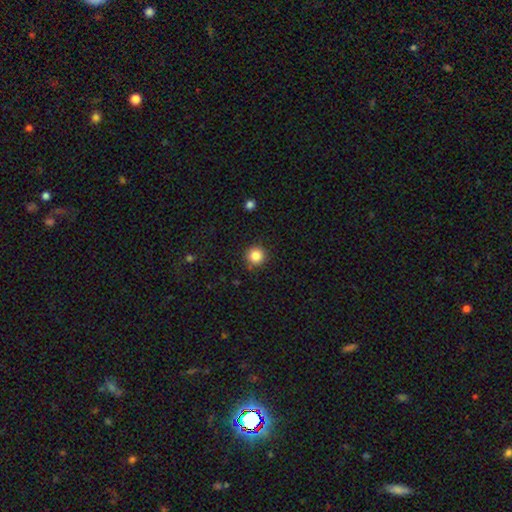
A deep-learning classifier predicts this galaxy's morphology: Smooth or featured: smooth — 85% (star or artifact — 11%)
How rounded: round — 95% (in between — 4%)
Merging: none — 90% (minor disturbance — 6%)